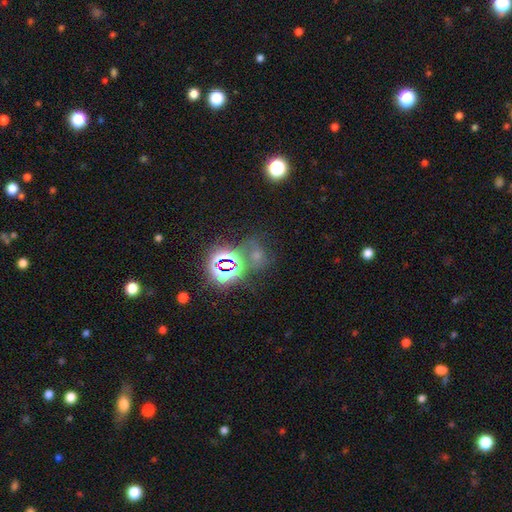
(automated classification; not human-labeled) This is possibly a star or artifact rather than a galaxy (55%).